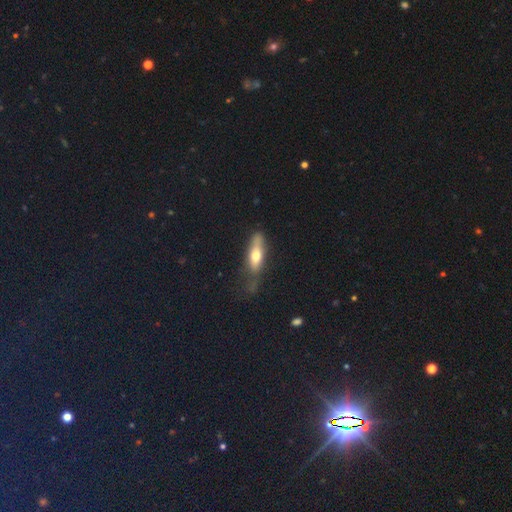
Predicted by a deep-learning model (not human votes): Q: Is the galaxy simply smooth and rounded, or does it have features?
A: smooth — 59%.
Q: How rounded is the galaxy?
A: in between — 49%.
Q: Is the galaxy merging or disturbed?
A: none — 50%.